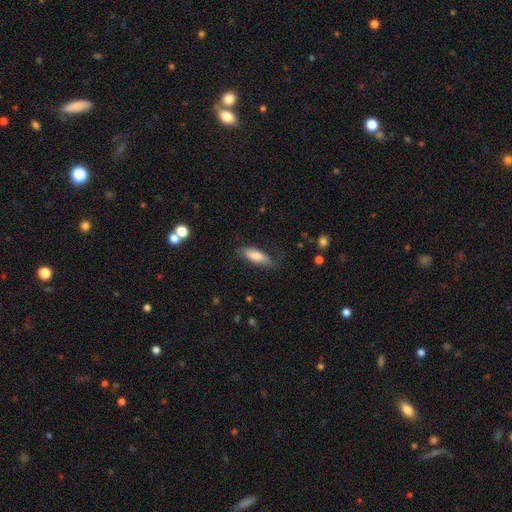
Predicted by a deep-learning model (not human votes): smooth-or-featured: smooth: 76% | featured or disk: 18% | star or artifact: 6%
  how-rounded: in between: 64% | cigar-shaped: 34% | round: 2%
  merging: none: 69% | minor disturbance: 22% | major disturbance: 7% | merger: 1%